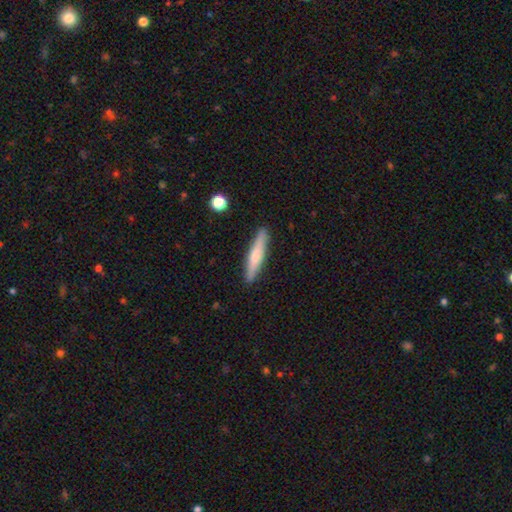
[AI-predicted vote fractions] Q: Smooth or featured?
A: smooth (59%); runner-up: featured or disk (35%)
Q: How rounded?
A: cigar-shaped (90%); runner-up: in between (8%)
Q: Merging?
A: none (89%); runner-up: minor disturbance (8%)